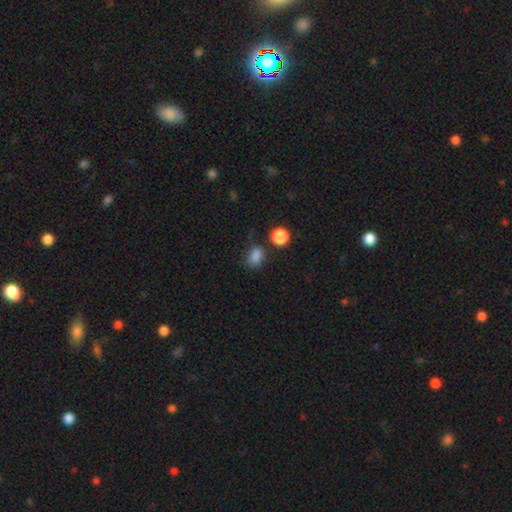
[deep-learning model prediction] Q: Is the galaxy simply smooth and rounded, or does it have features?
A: smooth — 82%.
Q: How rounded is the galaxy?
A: in between — 63%.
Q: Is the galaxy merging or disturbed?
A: none — 67%.